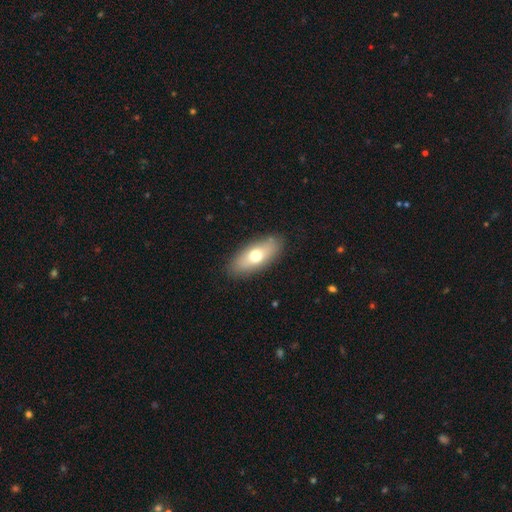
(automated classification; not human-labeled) smooth 67%, featured or disk 26%, star or artifact 7%. Down the decision tree: how rounded — in between (80%); merging — none (86%).